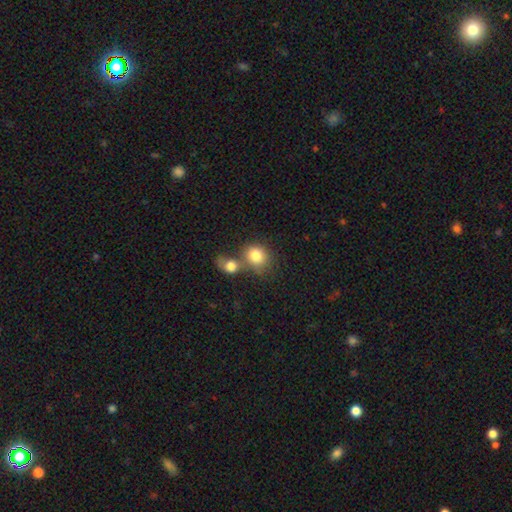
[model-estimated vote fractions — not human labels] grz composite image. It shows a smooth galaxy with no disk features (82%) that is round (68%). Merging: merger (49%).